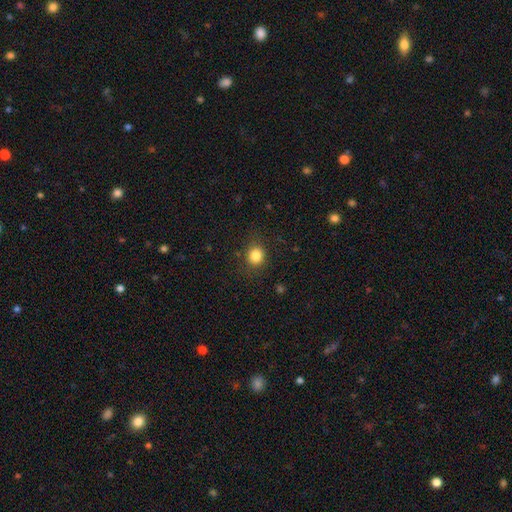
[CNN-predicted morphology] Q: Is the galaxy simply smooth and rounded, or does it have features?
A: smooth — 83%.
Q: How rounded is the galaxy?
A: round — 83%.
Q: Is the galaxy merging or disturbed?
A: none — 86%.